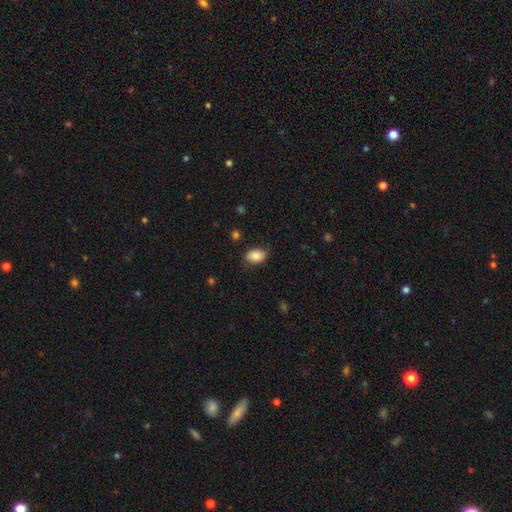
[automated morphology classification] type=smooth (83%); roundness=in between (84%); merging=none (78%).